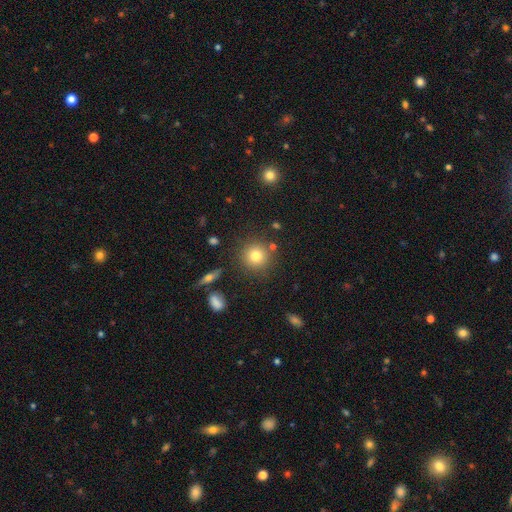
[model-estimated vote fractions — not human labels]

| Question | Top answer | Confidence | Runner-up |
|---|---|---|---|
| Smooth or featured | smooth | 79% | star or artifact (12%) |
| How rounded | round | 93% | in between (6%) |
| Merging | none | 84% | minor disturbance (8%) |